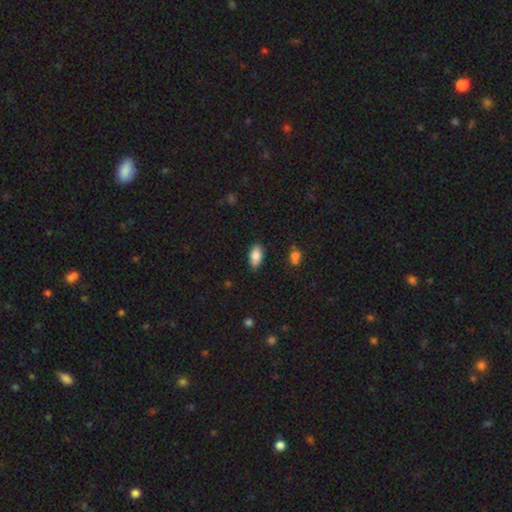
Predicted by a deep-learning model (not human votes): A smooth galaxy with no disk features (84%) that is in between round and cigar-shaped (91%). Merging: none (79%).